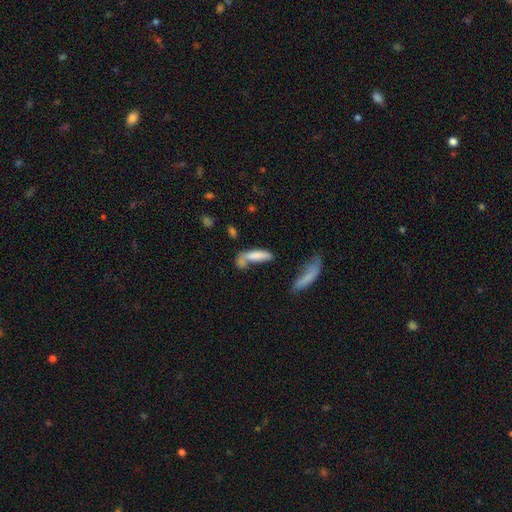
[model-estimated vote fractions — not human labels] Morphology: type=smooth (74%); roundness=cigar-shaped (62%); merging=merger (41%).